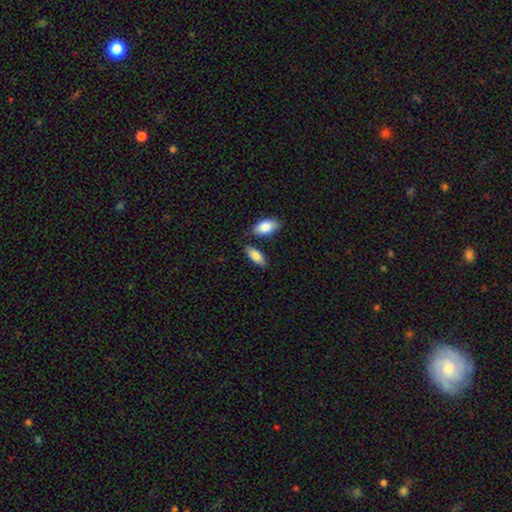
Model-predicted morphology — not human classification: smooth 86%, featured or disk 9%, star or artifact 6%. Down the decision tree: how rounded — in between (81%); merging — none (73%).